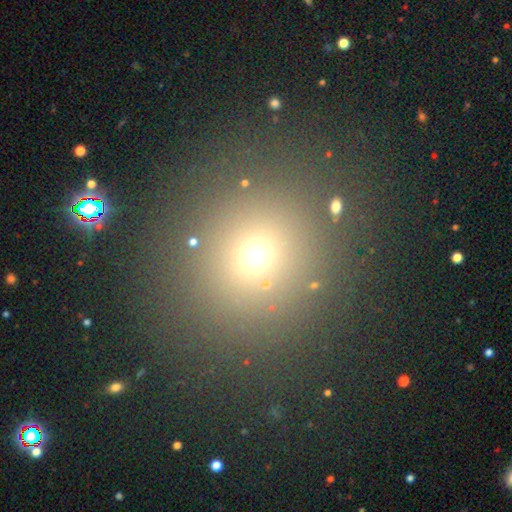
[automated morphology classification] A smooth galaxy with no disk features (64%) that is round (88%).

Vote fractions:
- Smooth or featured? smooth: 64% / star or artifact: 28% / featured or disk: 8%
- How rounded? round: 88% / in between: 11% / cigar-shaped: 1%
- Merging? none: 84% / minor disturbance: 7% / major disturbance: 4% / merger: 4%